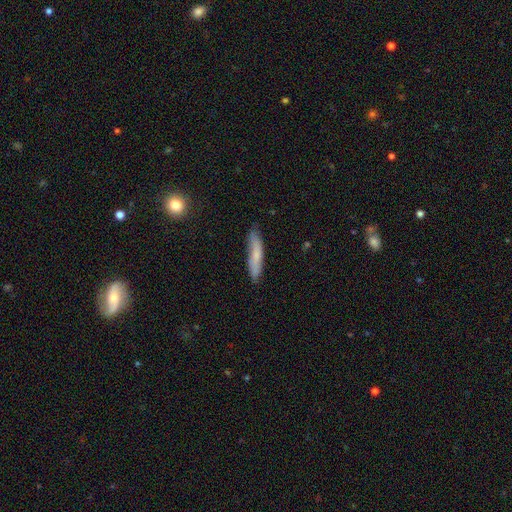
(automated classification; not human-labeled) smooth-or-featured: smooth: 66% | featured or disk: 28% | star or artifact: 6%
  how-rounded: cigar-shaped: 90% | in between: 9% | round: 2%
  merging: none: 78% | minor disturbance: 17% | major disturbance: 3% | merger: 2%